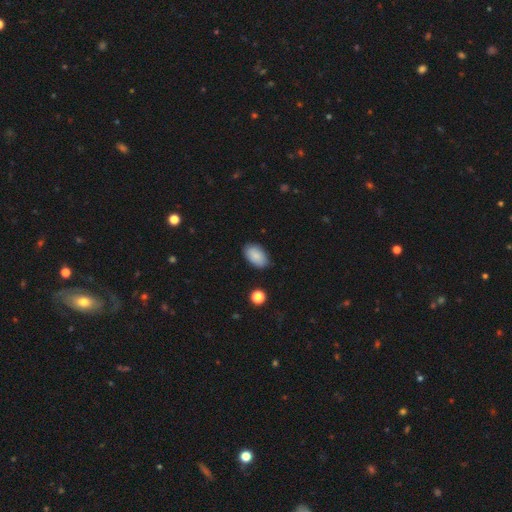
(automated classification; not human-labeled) Morphology: type=smooth (87%); roundness=in between (94%); merging=none (85%).